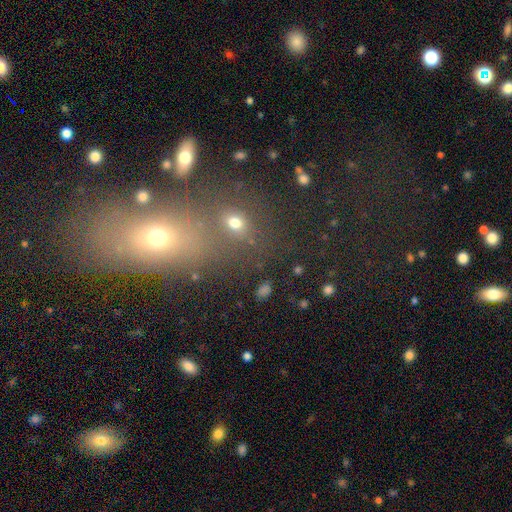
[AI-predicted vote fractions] Smooth or featured?
  - smooth: 52% *
  - star or artifact: 28%
  - featured or disk: 20%
How rounded?
  - in between: 55% *
  - round: 28%
  - cigar-shaped: 17%
Merging?
  - none: 58% *
  - merger: 19%
  - minor disturbance: 13%
  - major disturbance: 9%